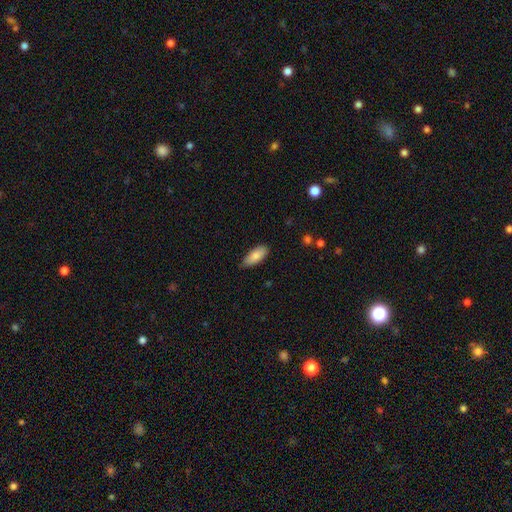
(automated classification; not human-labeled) smooth_or_featured: smooth (p=0.84) [alt: featured or disk p=0.10]
how_rounded: in between (p=0.81) [alt: cigar-shaped p=0.17]
merging: none (p=0.79) [alt: minor disturbance p=0.17]